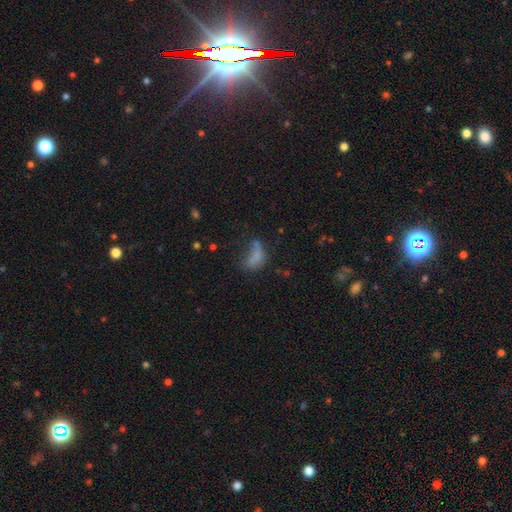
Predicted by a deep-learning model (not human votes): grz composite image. It shows a smooth galaxy with no disk features (66%) that is in between round and cigar-shaped (83%). Merging: major disturbance (31%).